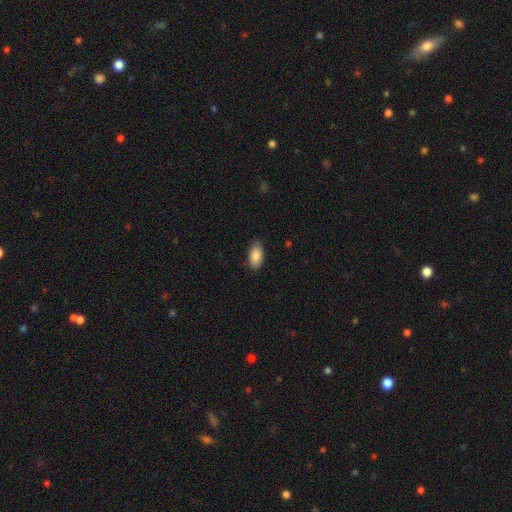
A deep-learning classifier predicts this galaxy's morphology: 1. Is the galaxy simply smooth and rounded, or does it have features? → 88% smooth, 6% star or artifact, 6% featured or disk.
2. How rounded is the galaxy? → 93% in between, 4% cigar-shaped, 3% round.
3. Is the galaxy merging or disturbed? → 86% none, 11% minor disturbance, 2% major disturbance, 1% merger.